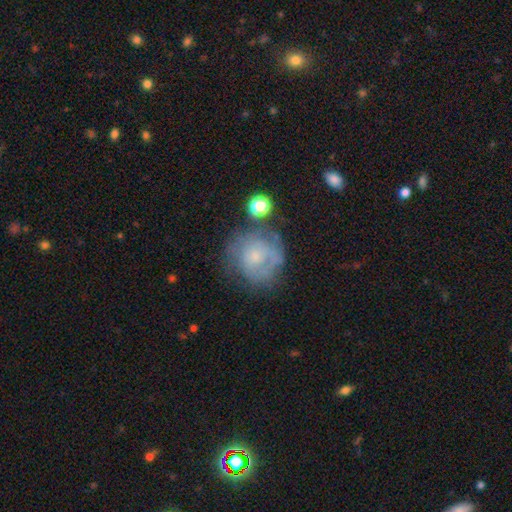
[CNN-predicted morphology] type=featured or disk (50%); edge-on=no (97%); merging=none (57%).